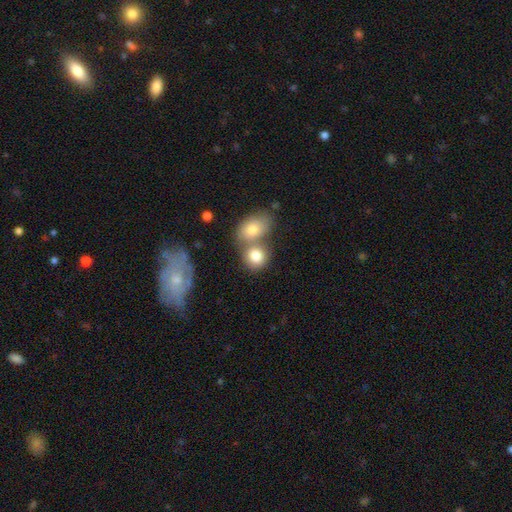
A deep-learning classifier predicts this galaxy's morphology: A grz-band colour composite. It shows a smooth galaxy with no disk features (79%) that is round (65%). Merging: merger (49%).